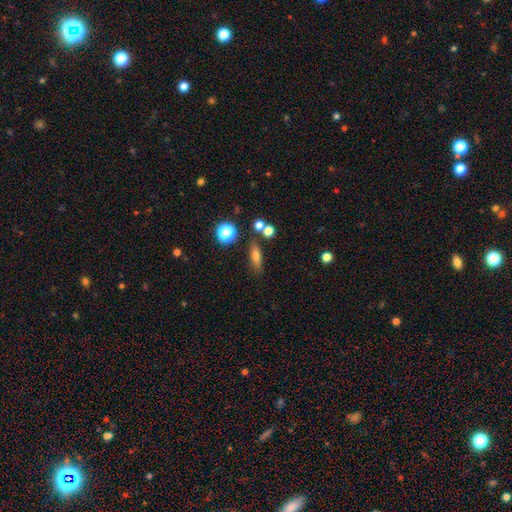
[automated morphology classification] type=smooth (68%); roundness=in between (45%, tied with cigar-shaped); merging=none (74%).